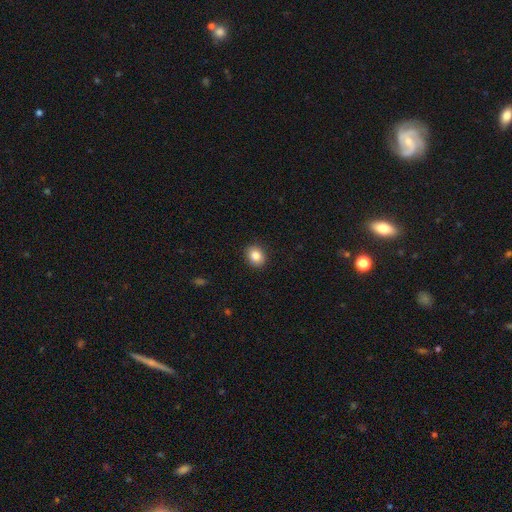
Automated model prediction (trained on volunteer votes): This is clearly a smooth galaxy (85%). How rounded: likely round (60%). Merging: clearly none (90%).